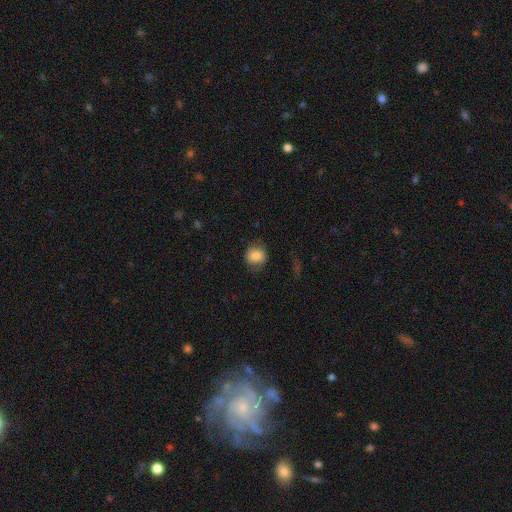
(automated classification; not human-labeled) A smooth galaxy with no disk features (82%) that is round (76%). Merging: none (73%).